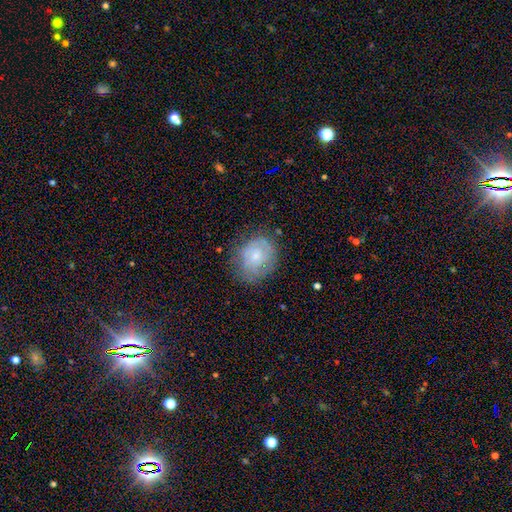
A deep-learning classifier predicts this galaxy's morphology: Smooth or featured? smooth (48%)
Merging? none (66%)